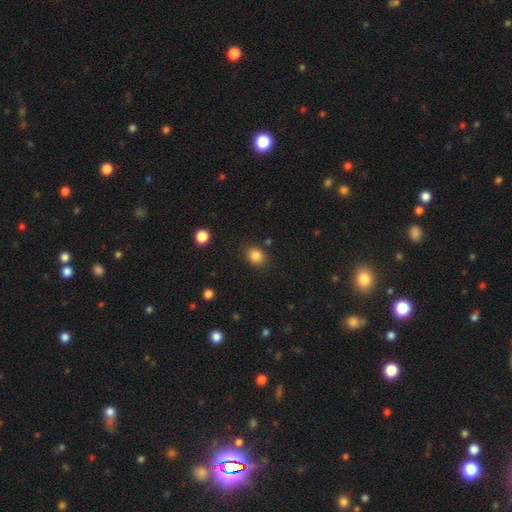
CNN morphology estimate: The model was most divided on "how rounded": round: 51%, in between: 48%, cigar-shaped: 1%. More confident: smooth or featured — smooth (85%); merging — none (84%).